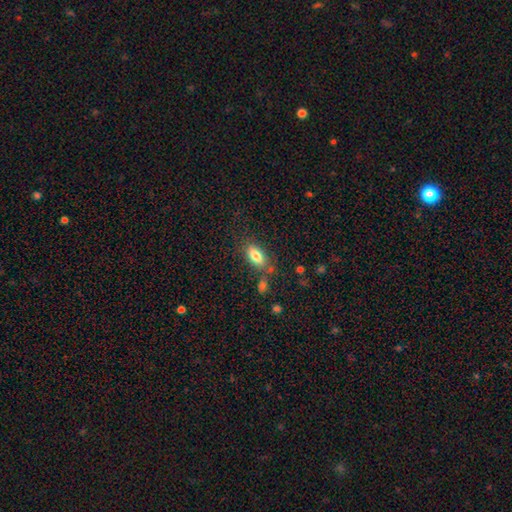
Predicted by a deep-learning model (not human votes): smooth-or-featured: smooth: 80% | featured or disk: 12% | star or artifact: 8%
  how-rounded: in between: 87% | cigar-shaped: 9% | round: 4%
  merging: none: 71% | minor disturbance: 15% | merger: 9% | major disturbance: 5%